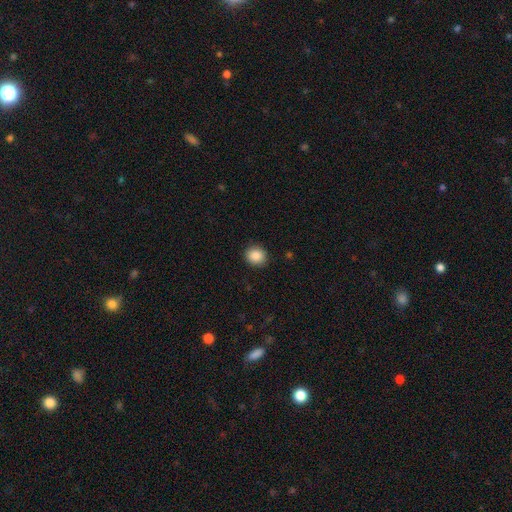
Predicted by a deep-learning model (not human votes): Smooth or featured: smooth — 87% (star or artifact — 9%)
How rounded: round — 78% (in between — 22%)
Merging: none — 89% (minor disturbance — 8%)